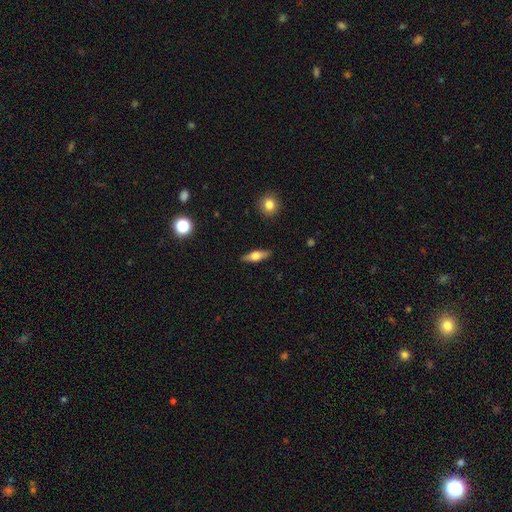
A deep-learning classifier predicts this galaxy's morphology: The model was most divided on "how rounded": in between: 49%, cigar-shaped: 48%, round: 4%. More confident: merging — none (88%); smooth or featured — smooth (51%).